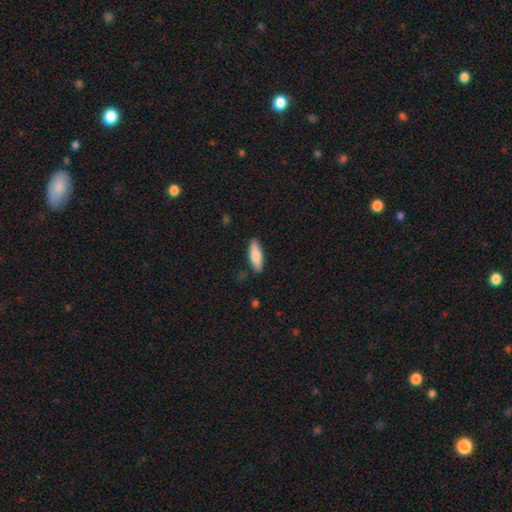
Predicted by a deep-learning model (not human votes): Smooth or featured? Predicted: smooth (p=0.78). How rounded? Predicted: in between (p=0.52). Merging? Predicted: none (p=0.86).